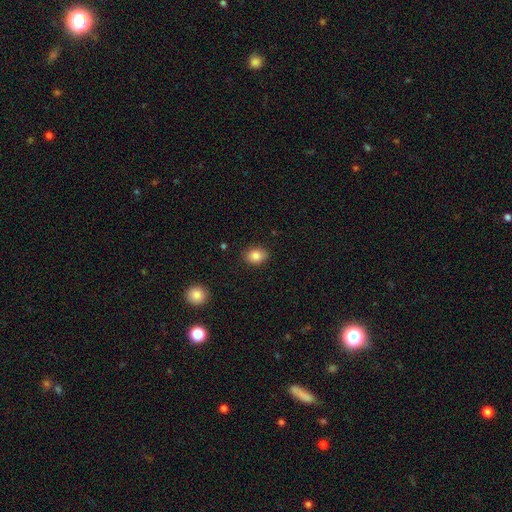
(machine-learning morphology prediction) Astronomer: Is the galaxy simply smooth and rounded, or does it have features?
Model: smooth — 86%.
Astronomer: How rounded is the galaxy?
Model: in between — 69%.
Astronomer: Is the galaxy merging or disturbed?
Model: none — 86%.